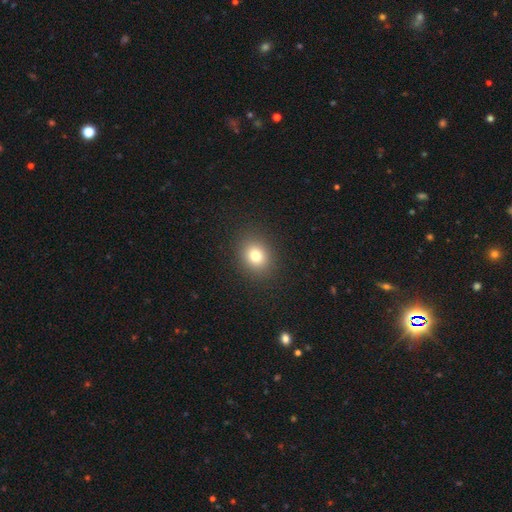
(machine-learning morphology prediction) smooth-or-featured: smooth: 78% | star or artifact: 14% | featured or disk: 8%
  how-rounded: round: 63% | in between: 36% | cigar-shaped: 1%
  merging: none: 90% | minor disturbance: 7% | major disturbance: 3% | merger: 1%